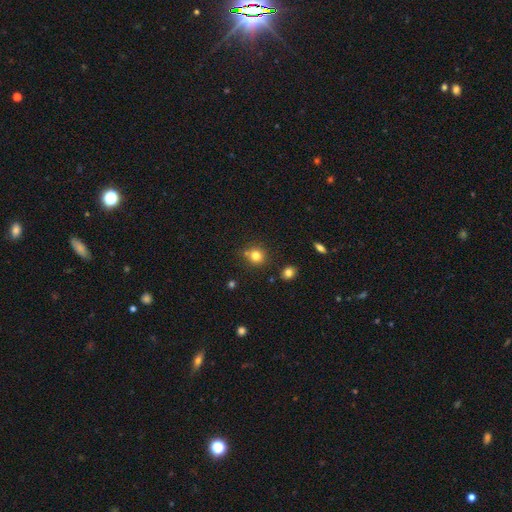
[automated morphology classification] This appears to be a smooth galaxy with no disk features (79%) that is round (90%). Merging: none (77%).